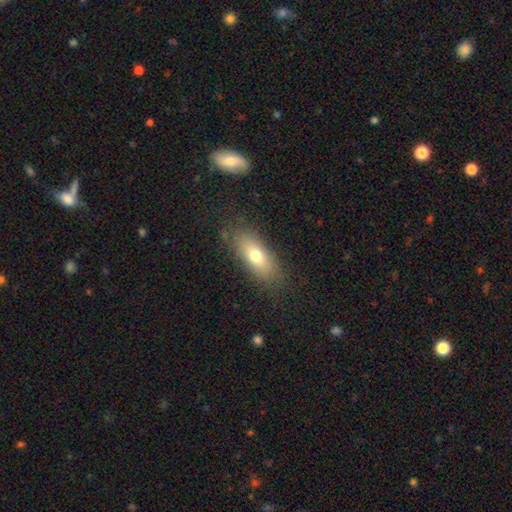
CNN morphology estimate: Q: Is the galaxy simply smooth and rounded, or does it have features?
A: smooth — 71%.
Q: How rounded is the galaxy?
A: in between — 73%.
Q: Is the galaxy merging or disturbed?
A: none — 83%.